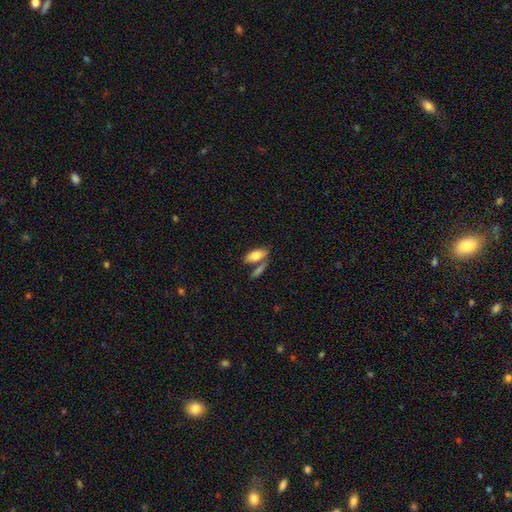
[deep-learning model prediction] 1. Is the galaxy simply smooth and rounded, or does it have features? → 78% smooth, 16% featured or disk, 6% star or artifact.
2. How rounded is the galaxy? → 84% in between, 13% cigar-shaped, 3% round.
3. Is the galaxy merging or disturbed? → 55% none, 28% merger, 13% minor disturbance, 4% major disturbance.